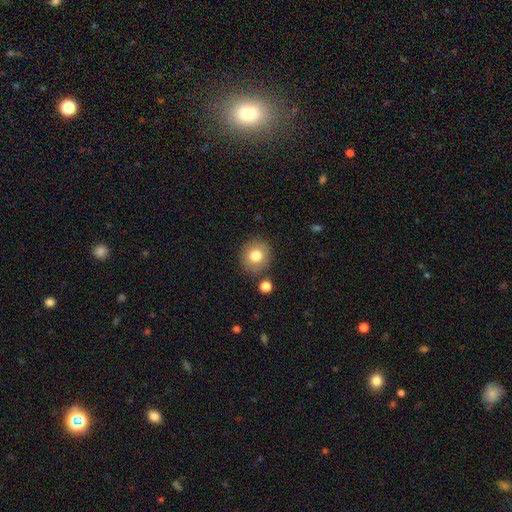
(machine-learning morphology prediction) smooth-or-featured: smooth: 79% | featured or disk: 12% | star or artifact: 10%
  how-rounded: round: 86% | in between: 14% | cigar-shaped: 1%
  merging: none: 83% | minor disturbance: 9% | merger: 5% | major disturbance: 3%